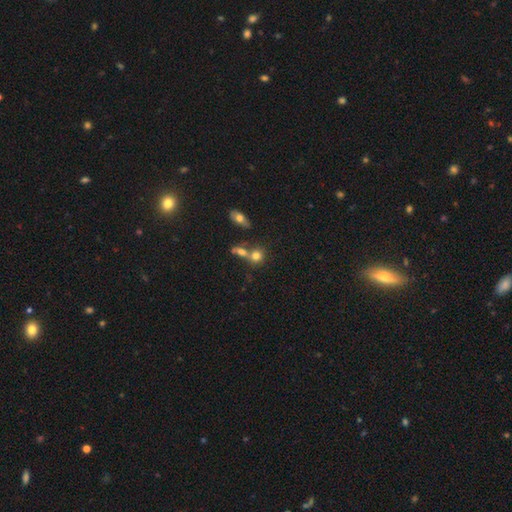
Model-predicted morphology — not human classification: This is likely a smooth galaxy (75%). How rounded: likely round (71%). Merging: possibly none (47%).